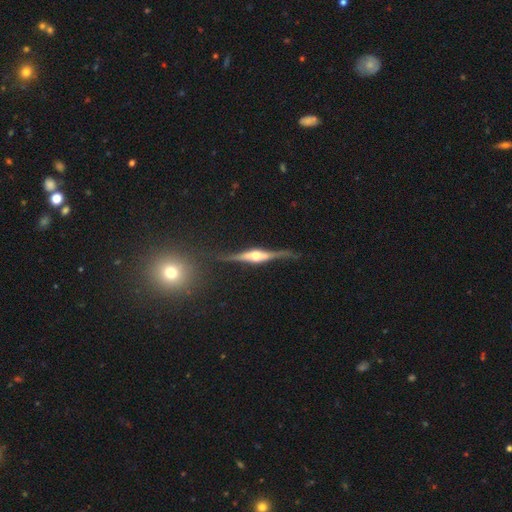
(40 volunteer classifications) This is clearly a featured or disk galaxy (85%). It is clearly viewed edge-on (97%). Edge-on bulge: clearly rounded (88%). Merging: likely none (75%).